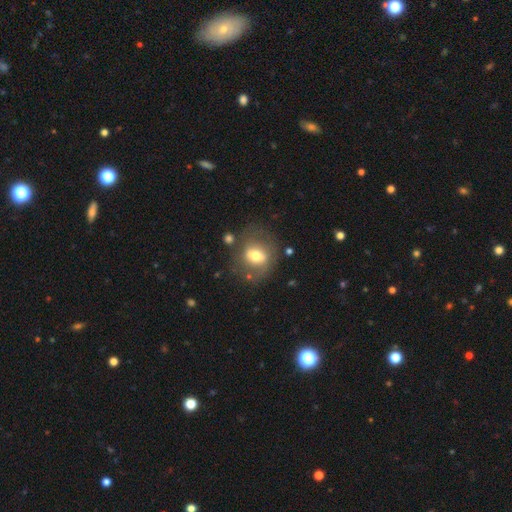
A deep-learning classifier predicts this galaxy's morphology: Smooth or featured? smooth (55%)
How rounded? round (62%)
Merging? none (68%)